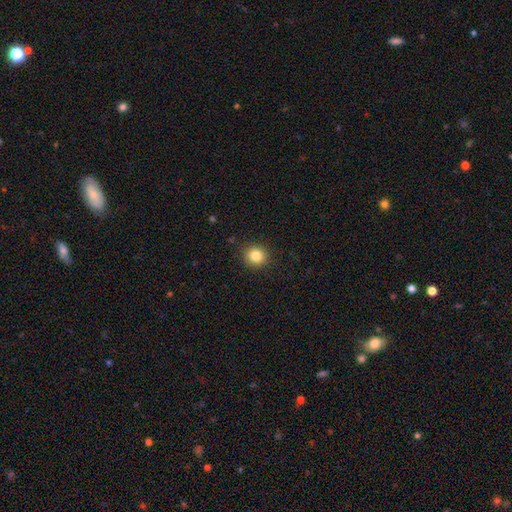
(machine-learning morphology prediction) A smooth galaxy with no disk features (84%) that is round (86%).

Vote fractions:
- Smooth or featured? smooth: 84% / star or artifact: 11% / featured or disk: 5%
- How rounded? round: 86% / in between: 13% / cigar-shaped: 1%
- Merging? none: 90% / minor disturbance: 7% / major disturbance: 2% / merger: 1%